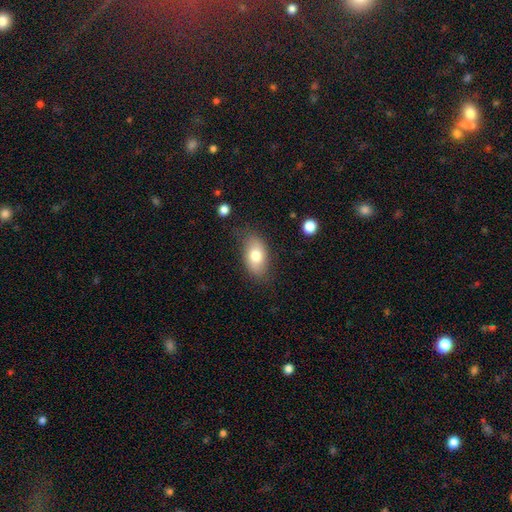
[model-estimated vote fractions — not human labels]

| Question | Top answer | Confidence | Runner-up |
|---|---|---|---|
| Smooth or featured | smooth | 74% | featured or disk (19%) |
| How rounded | in between | 91% | round (7%) |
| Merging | none | 75% | minor disturbance (18%) |